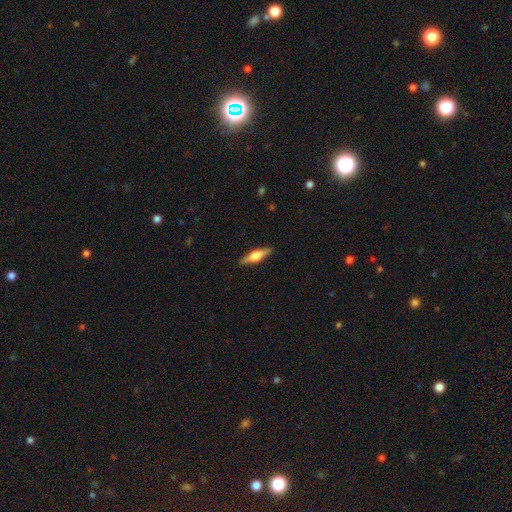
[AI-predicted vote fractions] Smooth or featured?
  - featured or disk: 57% *
  - smooth: 37%
  - star or artifact: 6%
Edge-on disk?
  - yes: 96% *
  - no: 4%
Edge-on bulge?
  - rounded: 90% *
  - boxy: 8%
  - none: 2%
Merging?
  - none: 90% *
  - minor disturbance: 8%
  - major disturbance: 2%
  - merger: 1%